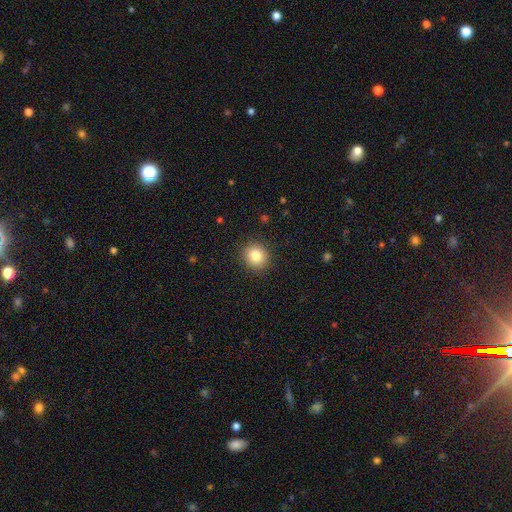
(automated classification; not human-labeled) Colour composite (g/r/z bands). It shows a smooth galaxy with no disk features (83%) that is round (87%). Merging: none (91%).